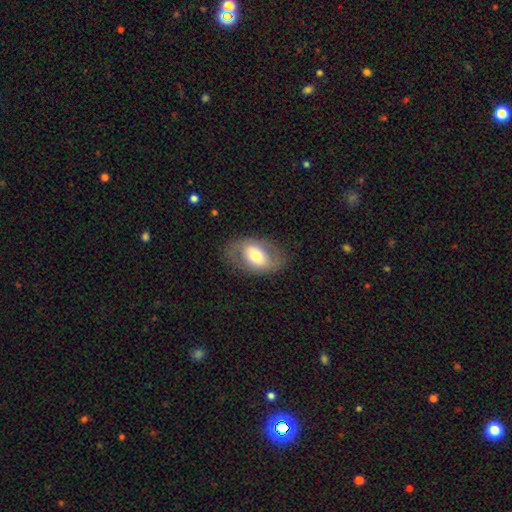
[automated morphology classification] type=smooth (51%); roundness=in between (85%); merging=none (77%).